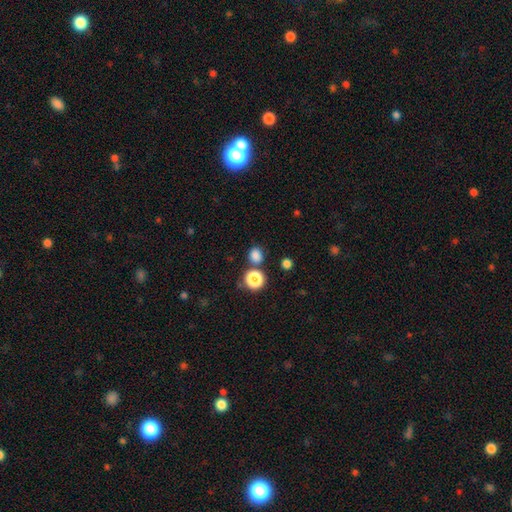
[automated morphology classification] Q: Smooth or featured?
A: smooth (81%); runner-up: star or artifact (15%)
Q: How rounded?
A: round (73%); runner-up: in between (26%)
Q: Merging?
A: none (74%); runner-up: merger (13%)